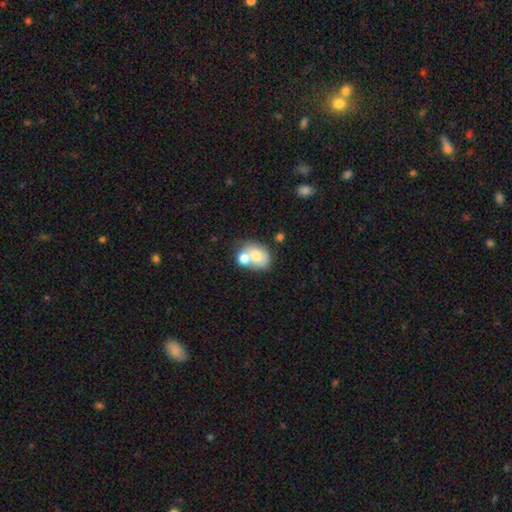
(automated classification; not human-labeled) This is likely a smooth galaxy (68%). How rounded: possibly in between (56%). Merging: possibly merger (49%).